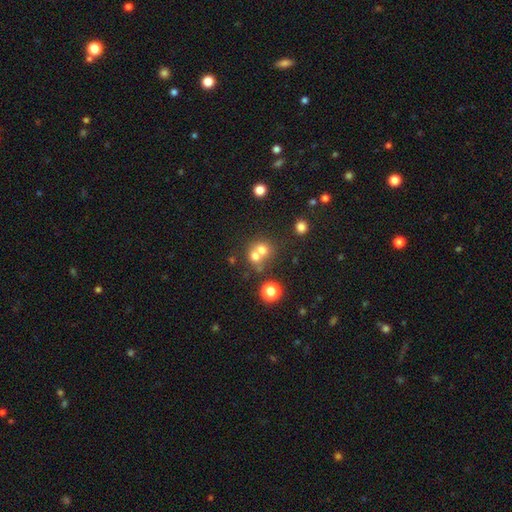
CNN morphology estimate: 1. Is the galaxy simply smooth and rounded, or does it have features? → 68% smooth, 17% featured or disk, 15% star or artifact.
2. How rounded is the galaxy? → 81% round, 18% in between, 1% cigar-shaped.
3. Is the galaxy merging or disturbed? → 56% merger, 35% none, 5% minor disturbance, 3% major disturbance.